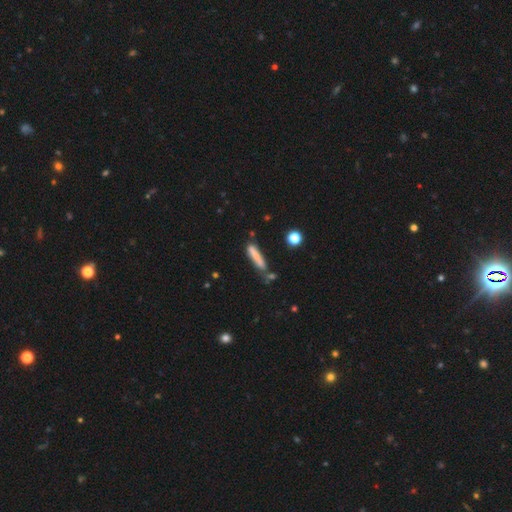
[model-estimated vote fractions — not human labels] A smooth galaxy with no disk features (72%) that is cigar-shaped (89%).

Vote fractions:
- Smooth or featured? smooth: 72% / featured or disk: 20% / star or artifact: 9%
- How rounded? cigar-shaped: 89% / in between: 10% / round: 2%
- Merging? none: 54% / minor disturbance: 24% / merger: 13% / major disturbance: 9%